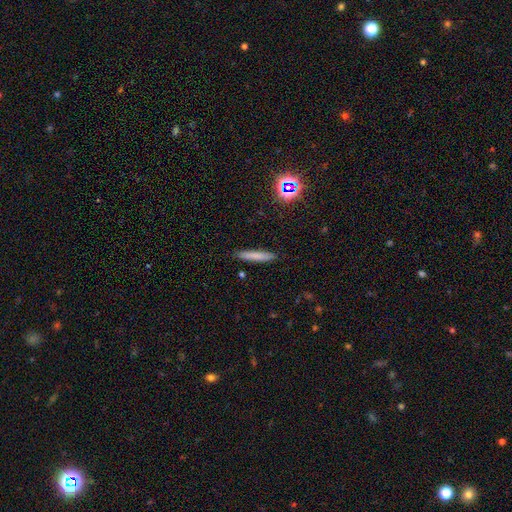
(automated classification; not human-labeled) Q: Smooth or featured?
A: smooth (76%); runner-up: featured or disk (14%)
Q: How rounded?
A: cigar-shaped (93%); runner-up: in between (6%)
Q: Merging?
A: none (89%); runner-up: minor disturbance (8%)